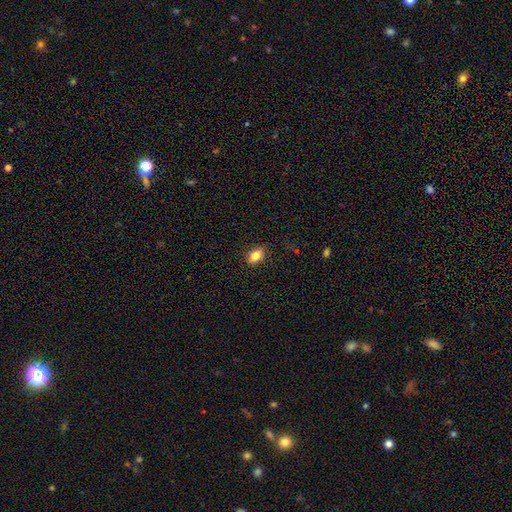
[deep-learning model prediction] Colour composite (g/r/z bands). It shows a smooth galaxy with no disk features (80%) that is in between round and cigar-shaped (86%). Merging: none (88%).